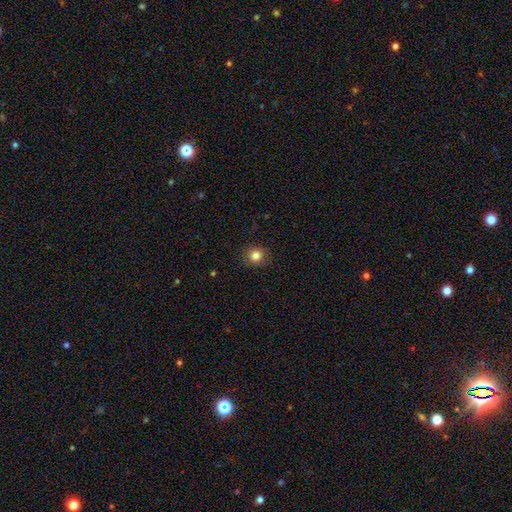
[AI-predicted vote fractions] smooth-or-featured: smooth: 82% | star or artifact: 12% | featured or disk: 6%
  how-rounded: round: 88% | in between: 11% | cigar-shaped: 1%
  merging: none: 89% | minor disturbance: 8% | major disturbance: 2% | merger: 1%